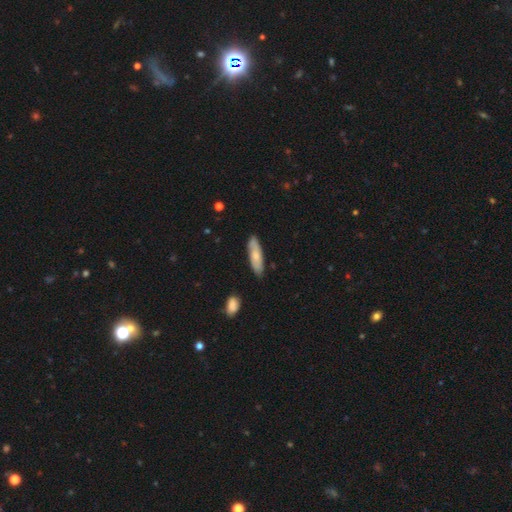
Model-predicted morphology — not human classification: type=smooth (67%); roundness=cigar-shaped (61%); merging=none (82%).